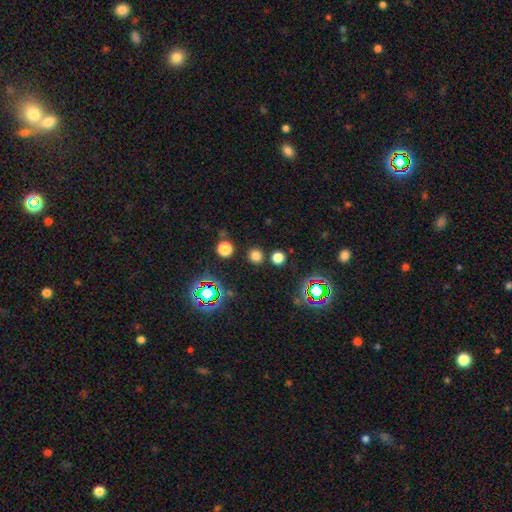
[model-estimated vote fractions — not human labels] The model was most divided on "smooth or featured": smooth: 73%, star or artifact: 22%, featured or disk: 5%. More confident: how rounded — round (90%); merging — none (86%).